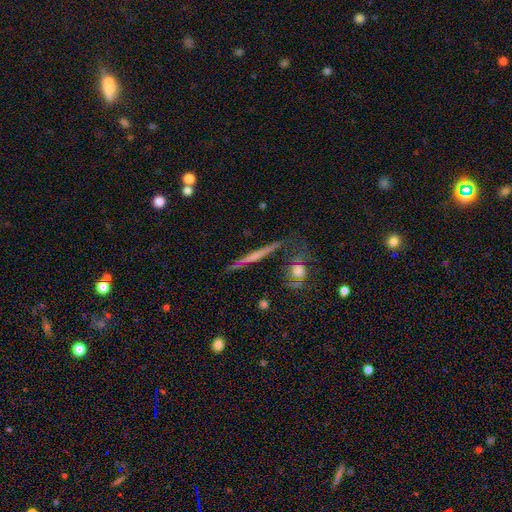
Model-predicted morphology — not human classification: A featured or disk galaxy (52%) viewed edge-on (93%). Merging: none (76%).